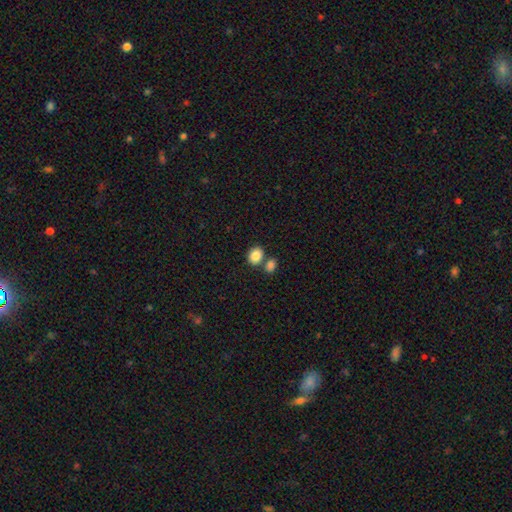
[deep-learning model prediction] smooth-or-featured: smooth: 86% | star or artifact: 8% | featured or disk: 5%
  how-rounded: in between: 60% | round: 39% | cigar-shaped: 1%
  merging: none: 58% | merger: 29% | minor disturbance: 9% | major disturbance: 3%